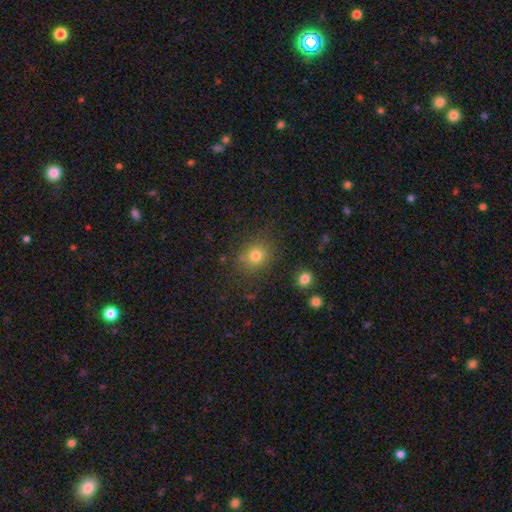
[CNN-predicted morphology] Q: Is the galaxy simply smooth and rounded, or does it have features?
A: smooth — 78%.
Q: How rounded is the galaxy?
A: round — 70%.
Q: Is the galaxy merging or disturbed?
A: none — 80%.